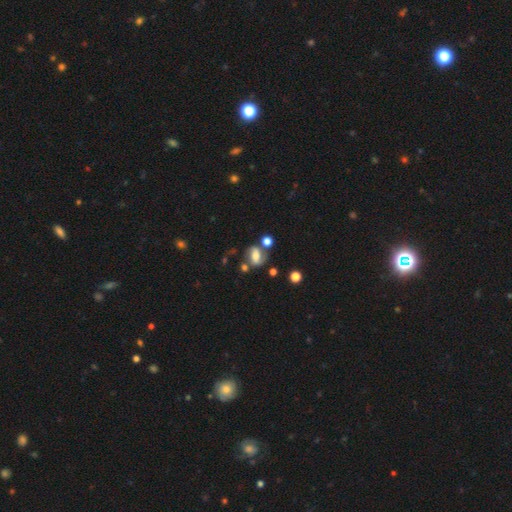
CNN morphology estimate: A featured or disk galaxy (54%) with a strong bar (39%), spiral arms (77%) and a moderate central bulge (50%).

Vote fractions:
- Smooth or featured? featured or disk: 54% / smooth: 36% / star or artifact: 10%
- Edge-on disk? no: 95% / yes: 5%
- Bar? strong: 39% / weak: 34% / no: 27%
- Spiral arms? yes: 77% / no: 23%
- Bulge size? moderate: 50% / small: 23% / large: 18% / none: 6% / dominant: 3%
- Merging? none: 56% / merger: 18% / minor disturbance: 18% / major disturbance: 9%